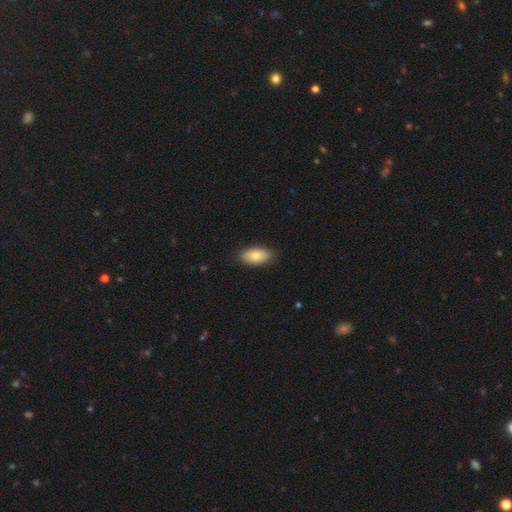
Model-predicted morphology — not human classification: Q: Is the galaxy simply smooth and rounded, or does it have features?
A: smooth — 80%.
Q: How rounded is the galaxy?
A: in between — 94%.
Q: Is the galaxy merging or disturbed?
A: none — 86%.